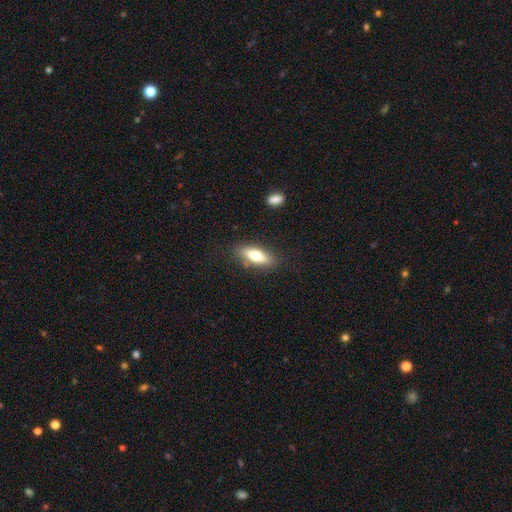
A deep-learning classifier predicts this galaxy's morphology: Smooth or featured: smooth — 67% (featured or disk — 27%)
How rounded: in between — 59% (cigar-shaped — 38%)
Merging: none — 83% (minor disturbance — 11%)